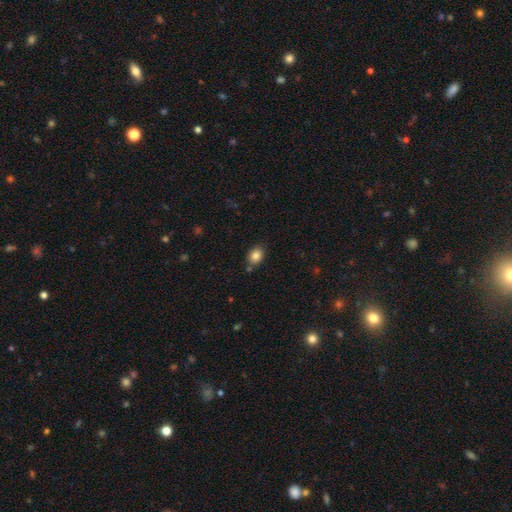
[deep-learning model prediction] Smooth or featured? Predicted: smooth (p=0.85). How rounded? Predicted: in between (p=0.57). Merging? Predicted: none (p=0.76).